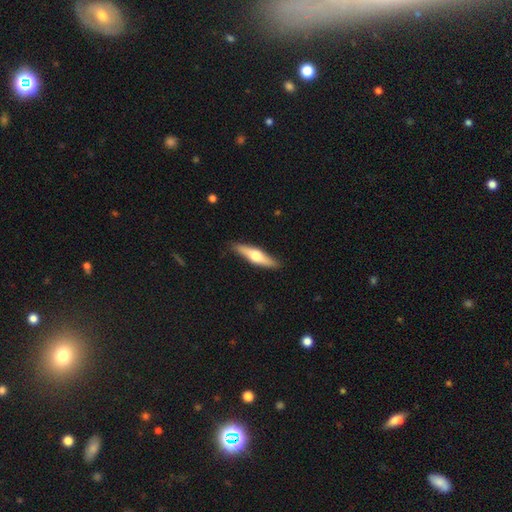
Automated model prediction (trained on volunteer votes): This is possibly a featured or disk galaxy (52%). It is clearly viewed edge-on (92%). Merging: clearly none (88%).